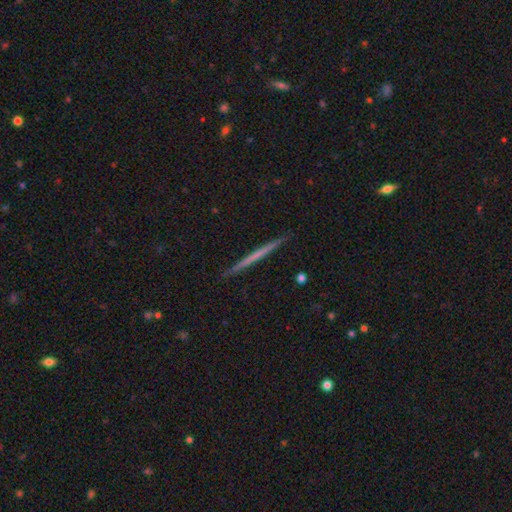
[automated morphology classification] A featured or disk galaxy (52%) viewed edge-on (98%) with no central bulge (93%).

Vote fractions:
- Smooth or featured? featured or disk: 52% / smooth: 42% / star or artifact: 6%
- Edge-on disk? yes: 98% / no: 2%
- Edge-on bulge? none: 93% / rounded: 5% / boxy: 2%
- Merging? none: 92% / minor disturbance: 5% / major disturbance: 1% / merger: 1%